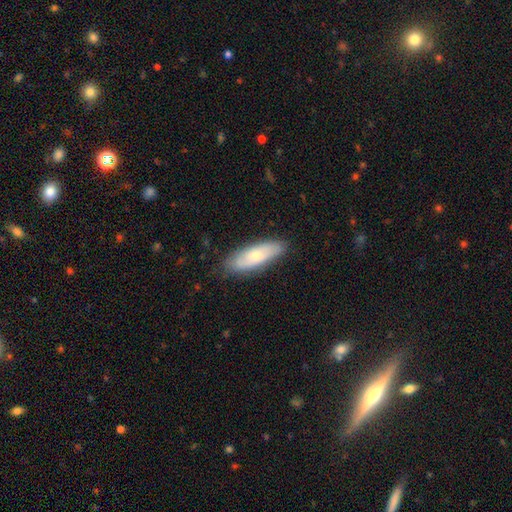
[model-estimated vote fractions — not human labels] smooth-or-featured: smooth: 58% | featured or disk: 35% | star or artifact: 6%
  how-rounded: in between: 59% | cigar-shaped: 39% | round: 2%
  merging: none: 82% | minor disturbance: 14% | major disturbance: 3% | merger: 1%